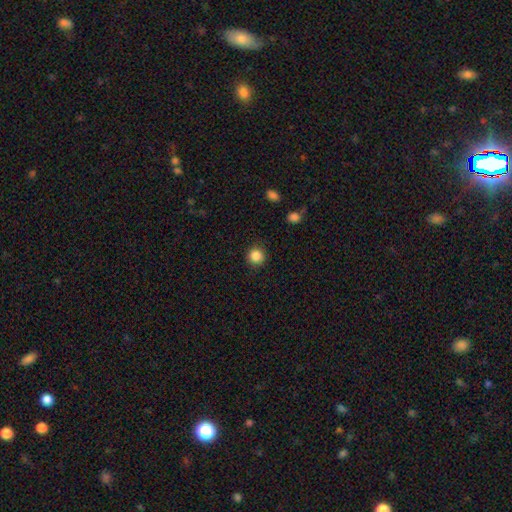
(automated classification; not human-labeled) This appears to be a smooth galaxy with no disk features (86%) that is round (92%). Merging: none (89%).